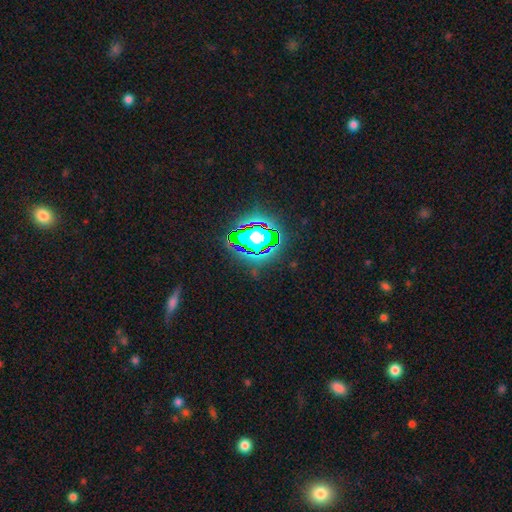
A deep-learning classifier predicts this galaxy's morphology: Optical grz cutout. It shows a star or artifact, not a galaxy (82%).